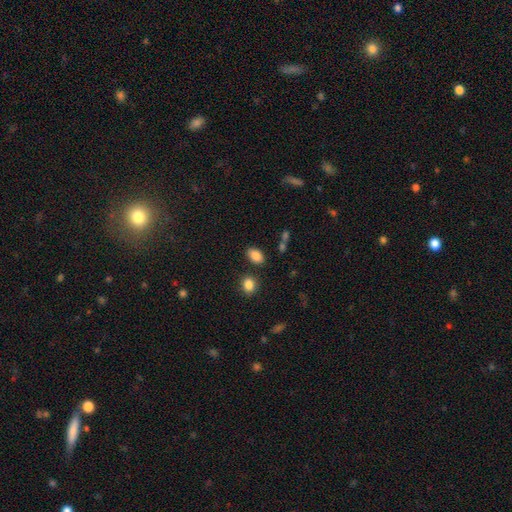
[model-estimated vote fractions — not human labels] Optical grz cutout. It shows a smooth galaxy with no disk features (86%) that is in between round and cigar-shaped (87%). Merging: none (78%).